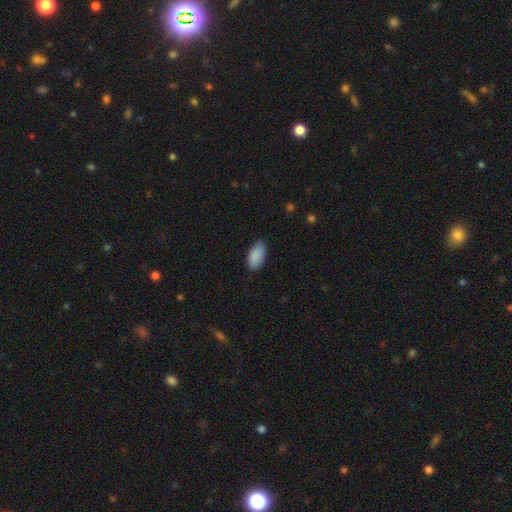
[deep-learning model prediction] smooth 89%, star or artifact 6%, featured or disk 4%. Down the decision tree: how rounded — in between (93%); merging — none (81%).